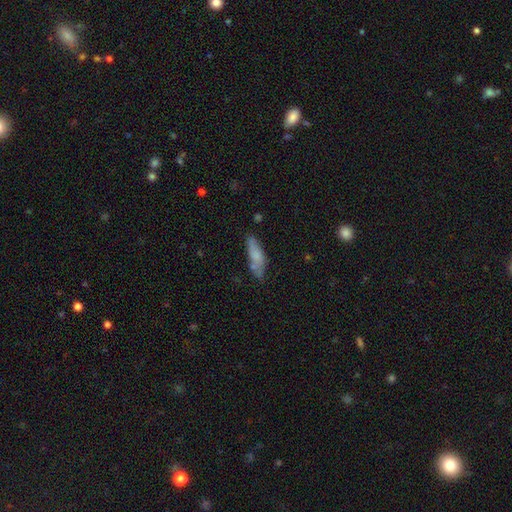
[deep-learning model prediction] smooth_or_featured: smooth (p=0.70) [alt: featured or disk p=0.23]
how_rounded: cigar-shaped (p=0.54) [alt: in between p=0.44]
merging: none (p=0.63) [alt: minor disturbance p=0.24]